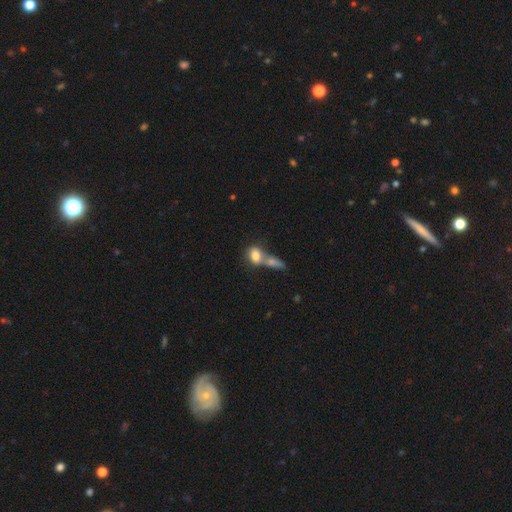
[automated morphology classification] type=smooth (76%); roundness=in between (61%); merging=merger (65%).